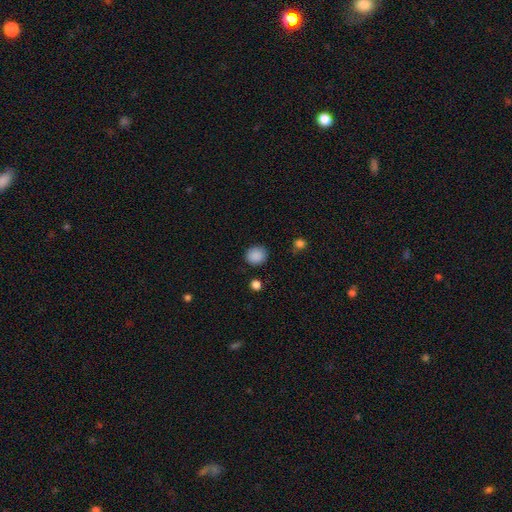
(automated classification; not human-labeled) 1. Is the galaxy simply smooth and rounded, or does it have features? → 88% smooth, 9% star or artifact, 3% featured or disk.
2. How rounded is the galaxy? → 82% round, 17% in between, 1% cigar-shaped.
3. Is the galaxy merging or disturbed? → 87% none, 9% minor disturbance, 3% major disturbance, 2% merger.